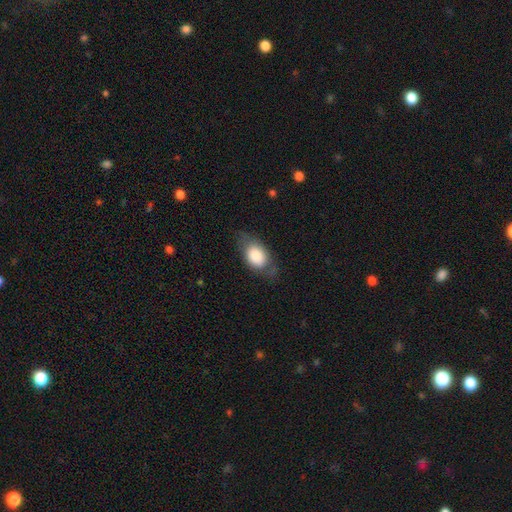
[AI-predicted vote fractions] Smooth or featured? Predicted: smooth (p=0.76). How rounded? Predicted: in between (p=0.86). Merging? Predicted: none (p=0.67).